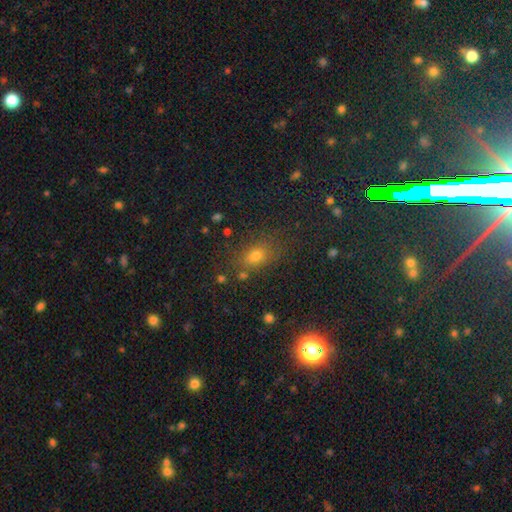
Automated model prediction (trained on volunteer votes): The model was most divided on "how rounded": in between: 64%, round: 32%, cigar-shaped: 4%. More confident: merging — none (73%); smooth or featured — smooth (66%).